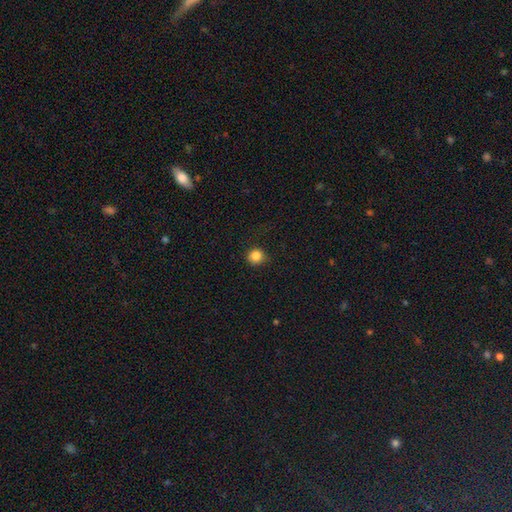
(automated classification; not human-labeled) A smooth galaxy with no disk features (85%) that is round (91%). Merging: none (87%).